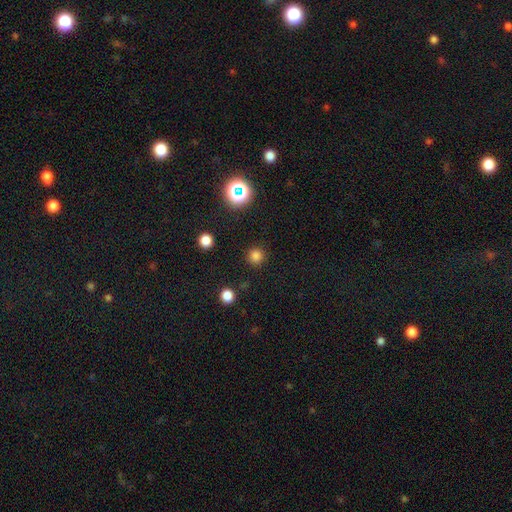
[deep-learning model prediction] Smooth or featured? smooth (78%)
How rounded? round (95%)
Merging? none (89%)